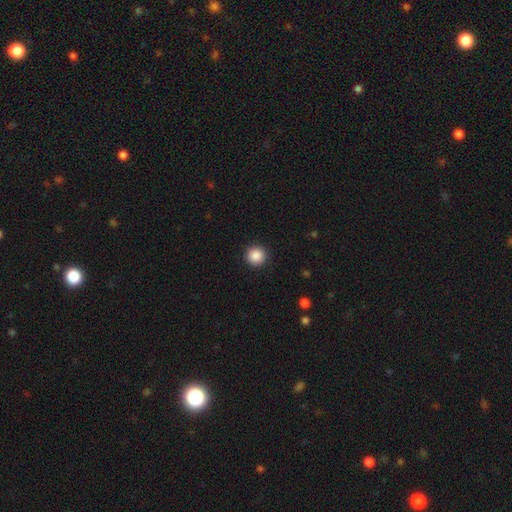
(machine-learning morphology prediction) smooth-or-featured: smooth: 88% | star or artifact: 9% | featured or disk: 3%
  how-rounded: round: 95% | in between: 4% | cigar-shaped: 1%
  merging: none: 92% | minor disturbance: 5% | major disturbance: 2% | merger: 1%